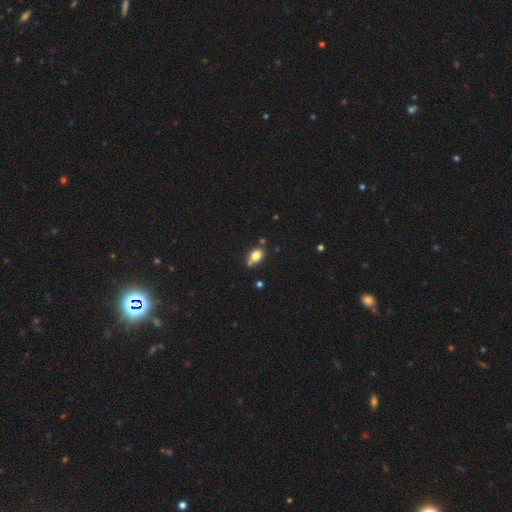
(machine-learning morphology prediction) This is likely a smooth galaxy (78%). How rounded: likely in between (76%). Merging: possibly none (59%).